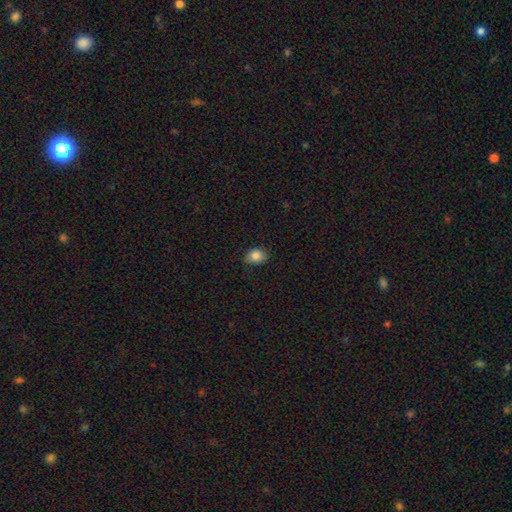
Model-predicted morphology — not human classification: Q: Smooth or featured?
A: smooth (85%); runner-up: star or artifact (9%)
Q: How rounded?
A: in between (60%); runner-up: round (39%)
Q: Merging?
A: none (79%); runner-up: minor disturbance (17%)